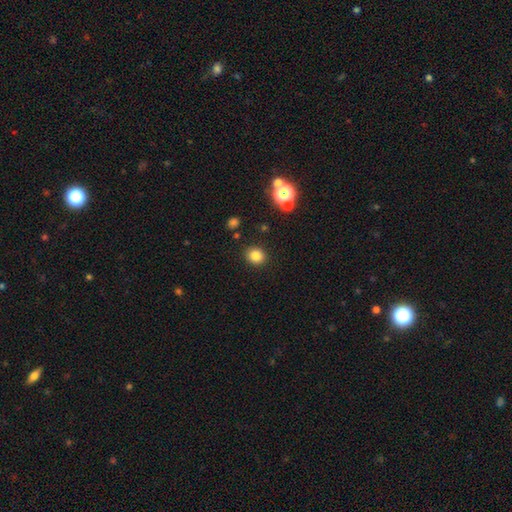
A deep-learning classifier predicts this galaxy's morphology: A smooth galaxy with no disk features (82%) that is round (75%).

Vote fractions:
- Smooth or featured? smooth: 82% / star or artifact: 13% / featured or disk: 5%
- How rounded? round: 75% / in between: 24% / cigar-shaped: 1%
- Merging? none: 89% / minor disturbance: 7% / major disturbance: 2% / merger: 2%